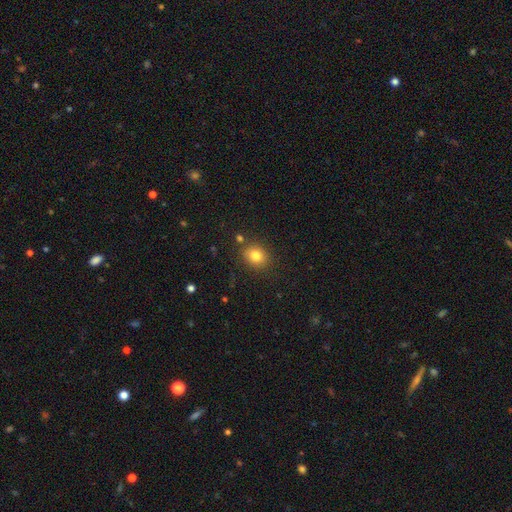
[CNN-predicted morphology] This appears to be a smooth galaxy with no disk features (81%) that is round (62%). Merging: none (83%).